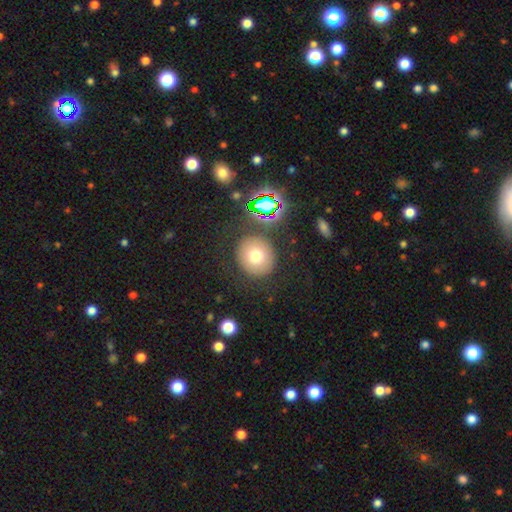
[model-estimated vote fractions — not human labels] smooth-or-featured: smooth: 71% | star or artifact: 15% | featured or disk: 14%
  how-rounded: round: 87% | in between: 12% | cigar-shaped: 1%
  merging: none: 83% | minor disturbance: 9% | major disturbance: 4% | merger: 4%